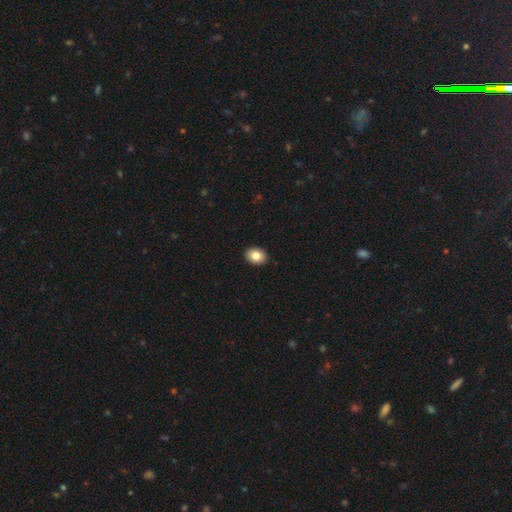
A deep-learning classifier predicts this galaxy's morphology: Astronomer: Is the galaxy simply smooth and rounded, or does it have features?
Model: smooth — 83%.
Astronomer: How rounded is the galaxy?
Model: in between — 66%.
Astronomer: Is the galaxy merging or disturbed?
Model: none — 92%.